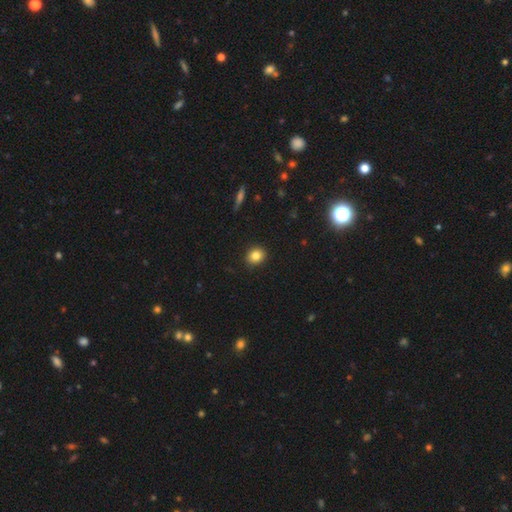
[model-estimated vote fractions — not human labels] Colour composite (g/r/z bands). It shows a smooth galaxy with no disk features (83%) that is round (74%). Merging: none (90%).